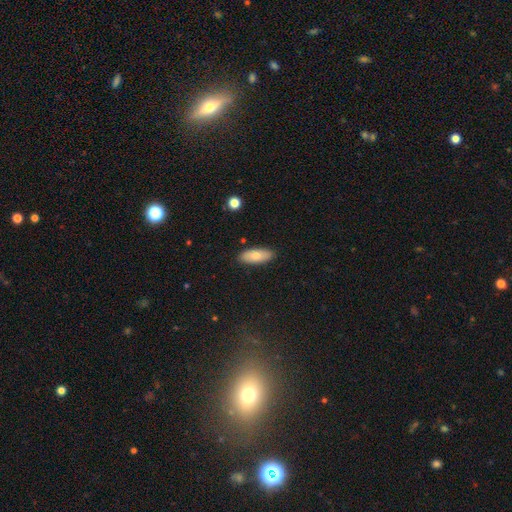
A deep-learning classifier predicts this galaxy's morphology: Smooth or featured? Predicted: smooth (p=0.77). How rounded? Predicted: in between (p=0.80). Merging? Predicted: none (p=0.87).